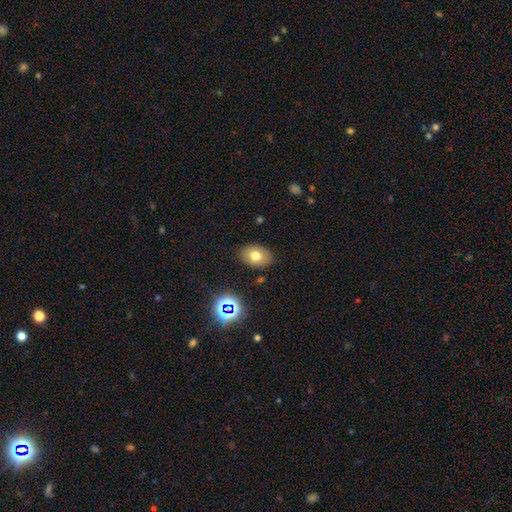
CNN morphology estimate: Smooth or featured: smooth — 72% (featured or disk — 15%)
How rounded: in between — 77% (round — 22%)
Merging: none — 85% (minor disturbance — 10%)